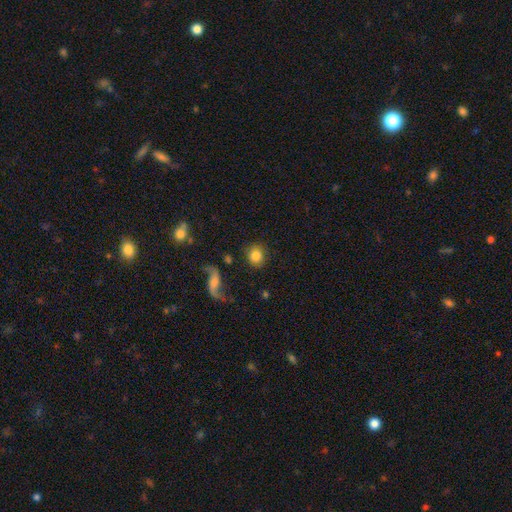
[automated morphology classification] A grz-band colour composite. It shows a smooth galaxy with no disk features (77%) that is round (82%). Merging: none (83%).